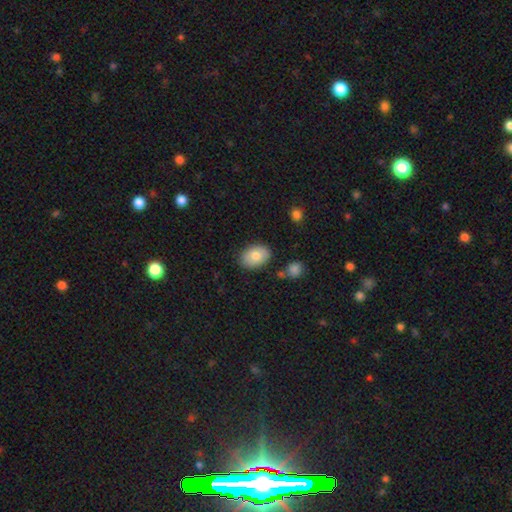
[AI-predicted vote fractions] smooth 78%, featured or disk 15%, star or artifact 7%. Down the decision tree: how rounded — in between (81%); merging — none (83%).